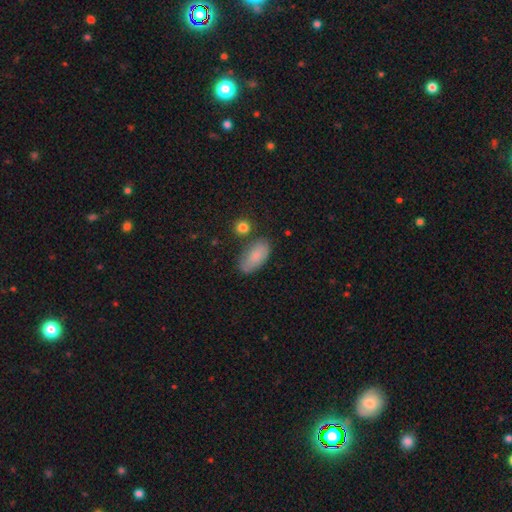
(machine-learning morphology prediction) Smooth or featured: smooth — 82% (featured or disk — 11%)
How rounded: in between — 92% (cigar-shaped — 5%)
Merging: none — 68% (minor disturbance — 21%)